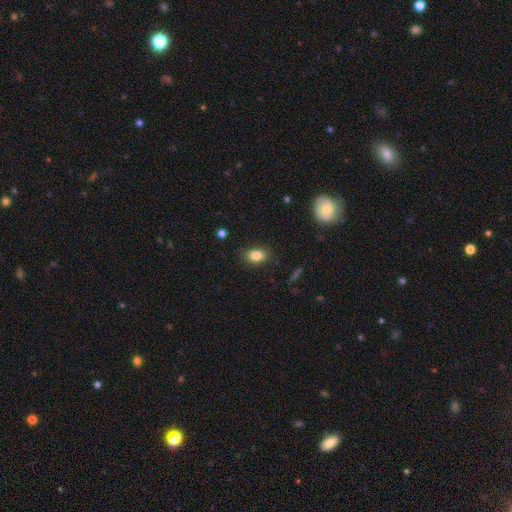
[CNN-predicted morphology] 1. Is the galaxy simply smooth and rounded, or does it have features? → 83% smooth, 10% star or artifact, 7% featured or disk.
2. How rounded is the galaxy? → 75% in between, 23% round, 2% cigar-shaped.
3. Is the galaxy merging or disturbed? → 85% none, 11% minor disturbance, 3% major disturbance, 1% merger.